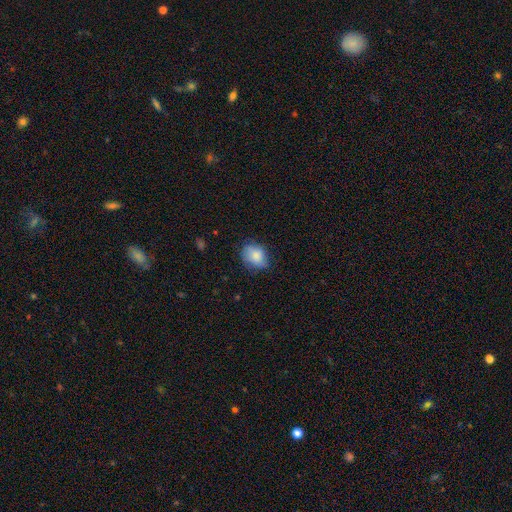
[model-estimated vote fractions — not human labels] Overall: smooth (80%). How rounded: in between (62%; round 37%). Merging: none (67%).